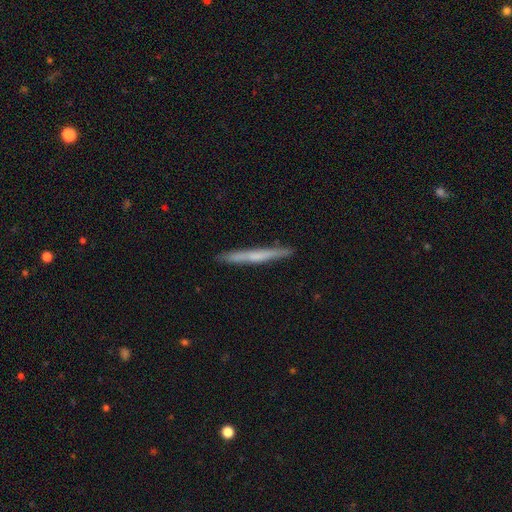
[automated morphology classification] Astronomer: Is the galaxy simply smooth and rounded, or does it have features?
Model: smooth — 49% (runner-up: featured or disk, 45%).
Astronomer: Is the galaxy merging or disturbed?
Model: none — 91%.